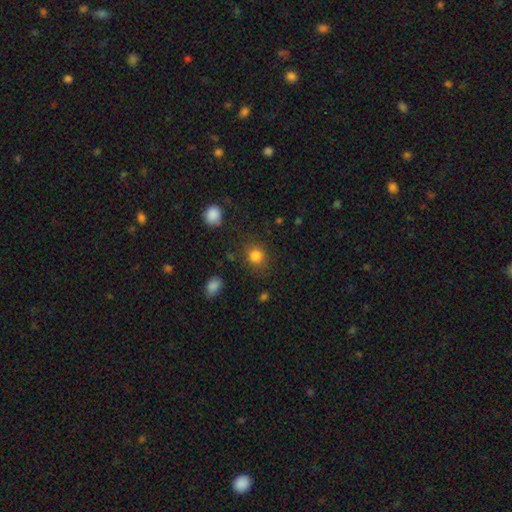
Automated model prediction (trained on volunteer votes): Smooth or featured? smooth (83%)
How rounded? round (82%)
Merging? none (81%)